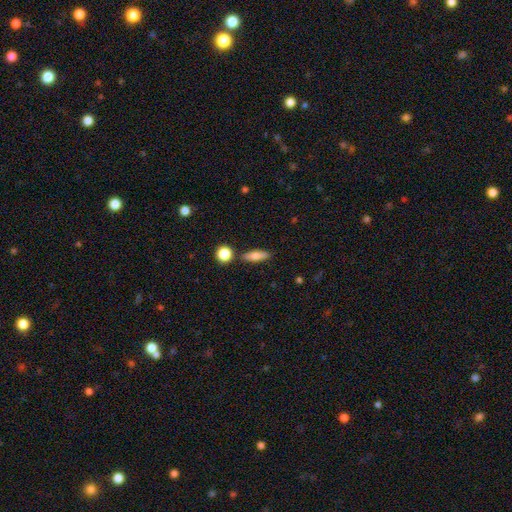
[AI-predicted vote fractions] smooth_or_featured: smooth (p=0.69) [alt: featured or disk p=0.23]
how_rounded: cigar-shaped (p=0.51) [alt: in between p=0.44]
merging: none (p=0.82) [alt: minor disturbance p=0.10]